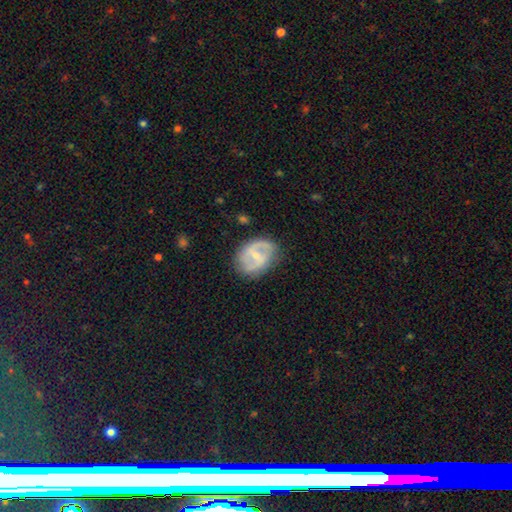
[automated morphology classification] This appears to be a featured or disk galaxy (71%) with a weak bar (49%), 2 (78%) medium (47%) spiral arms (78%) and a small central bulge (58%). Merging: none (70%).